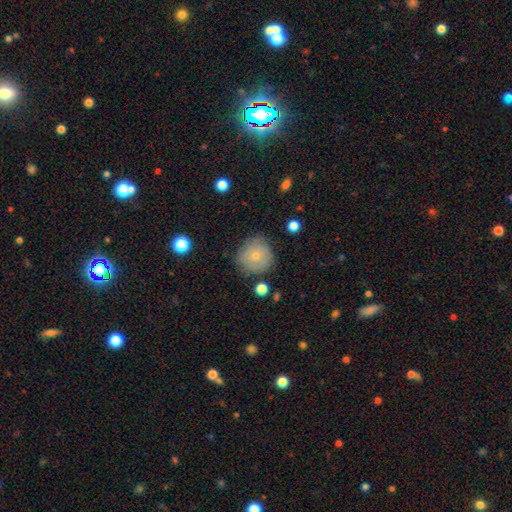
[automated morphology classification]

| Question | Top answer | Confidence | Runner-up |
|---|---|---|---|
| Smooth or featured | smooth | 65% | featured or disk (27%) |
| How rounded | round | 89% | in between (10%) |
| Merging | none | 72% | minor disturbance (21%) |